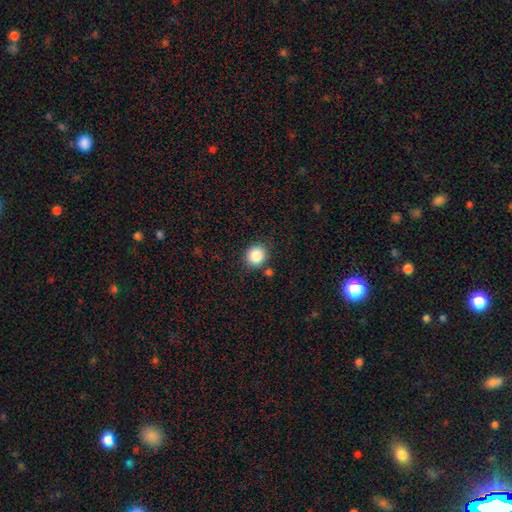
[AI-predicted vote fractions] This is clearly a smooth galaxy (86%). How rounded: clearly round (85%). Merging: clearly none (83%).